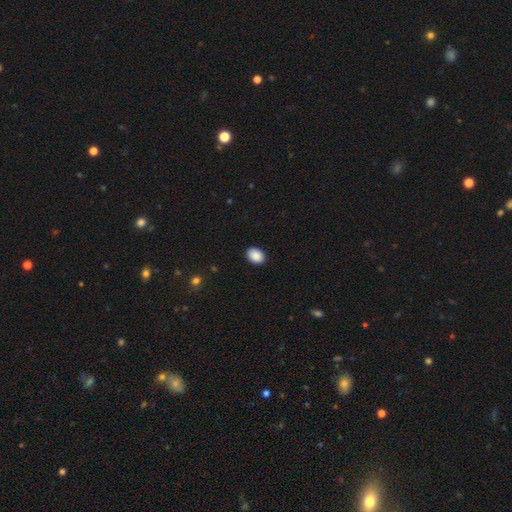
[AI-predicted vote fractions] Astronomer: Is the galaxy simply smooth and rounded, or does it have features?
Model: smooth — 90%.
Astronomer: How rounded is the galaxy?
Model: in between — 75%.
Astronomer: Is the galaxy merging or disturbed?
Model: none — 90%.